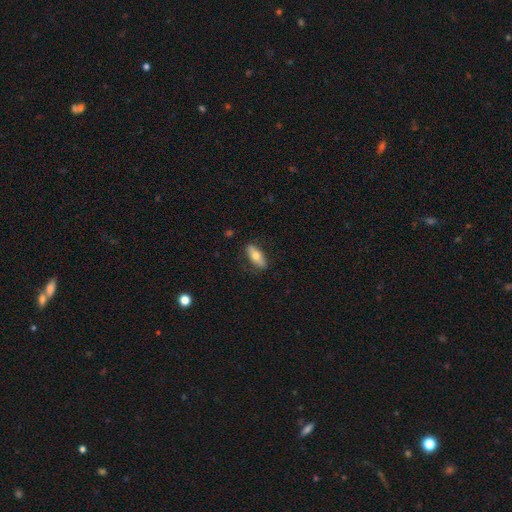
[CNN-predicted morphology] This appears to be a smooth galaxy with no disk features (68%) that is in between round and cigar-shaped (76%). Merging: none (82%).